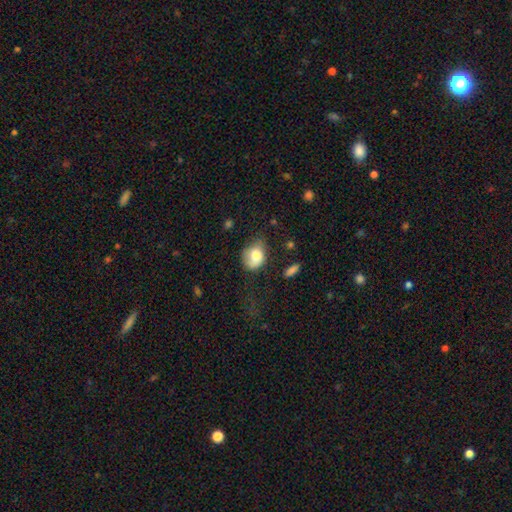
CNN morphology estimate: Smooth or featured? Predicted: smooth (p=0.76). How rounded? Predicted: in between (p=0.55). Merging? Predicted: none (p=0.40).